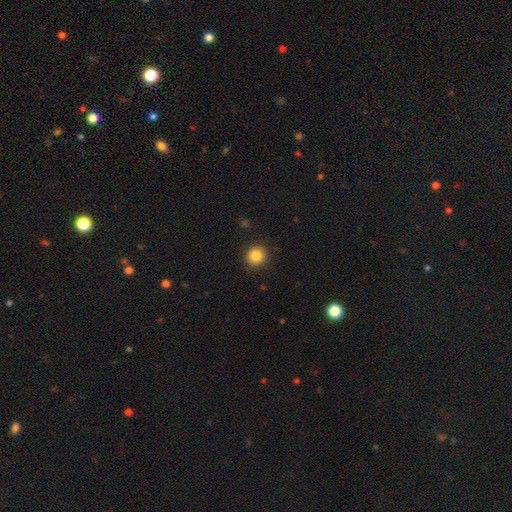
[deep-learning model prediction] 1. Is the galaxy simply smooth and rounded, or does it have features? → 86% smooth, 10% star or artifact, 5% featured or disk.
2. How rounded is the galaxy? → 91% round, 8% in between, 1% cigar-shaped.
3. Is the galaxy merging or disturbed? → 91% none, 6% minor disturbance, 2% major disturbance, 1% merger.